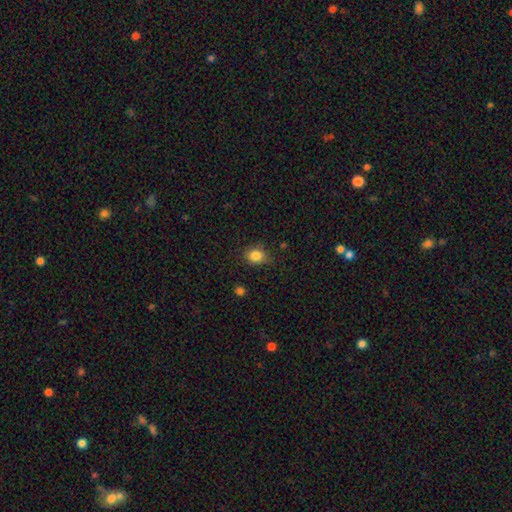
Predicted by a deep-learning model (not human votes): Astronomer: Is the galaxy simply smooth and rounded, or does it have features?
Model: smooth — 83%.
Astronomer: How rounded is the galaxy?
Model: round — 65%.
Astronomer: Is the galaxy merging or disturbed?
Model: none — 74%.